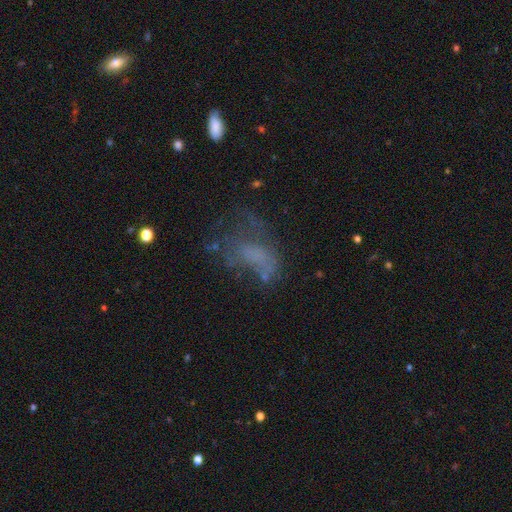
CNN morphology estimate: Smooth or featured? smooth (39%, tied with featured or disk)
Merging? major disturbance (39%)